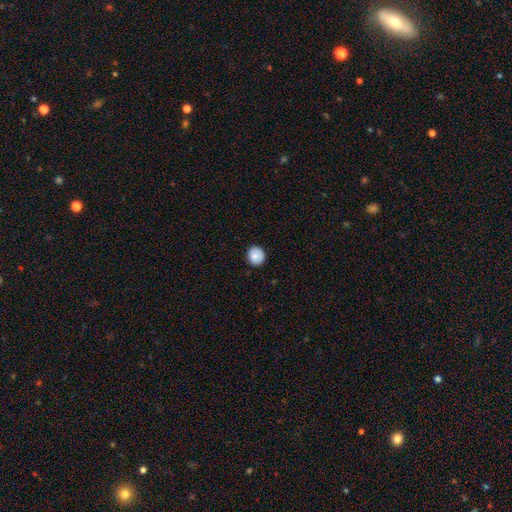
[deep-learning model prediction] smooth-or-featured: smooth: 87% | star or artifact: 8% | featured or disk: 5%
  how-rounded: round: 87% | in between: 12% | cigar-shaped: 1%
  merging: none: 88% | minor disturbance: 9% | major disturbance: 2% | merger: 1%